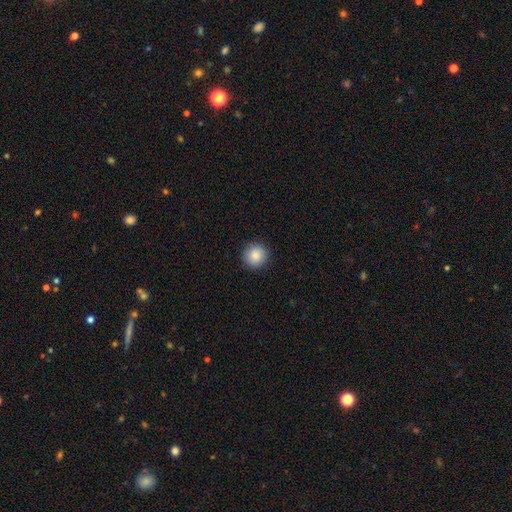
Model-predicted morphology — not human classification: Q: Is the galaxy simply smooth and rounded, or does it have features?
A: smooth — 87%.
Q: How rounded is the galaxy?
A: round — 93%.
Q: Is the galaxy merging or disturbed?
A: none — 91%.